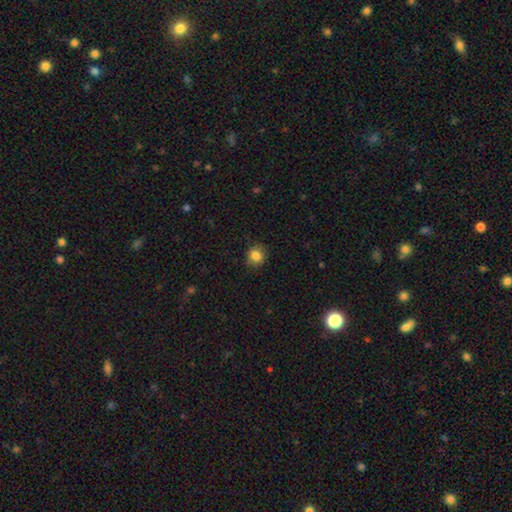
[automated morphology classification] A smooth galaxy with no disk features (84%) that is round (76%). Merging: none (83%).